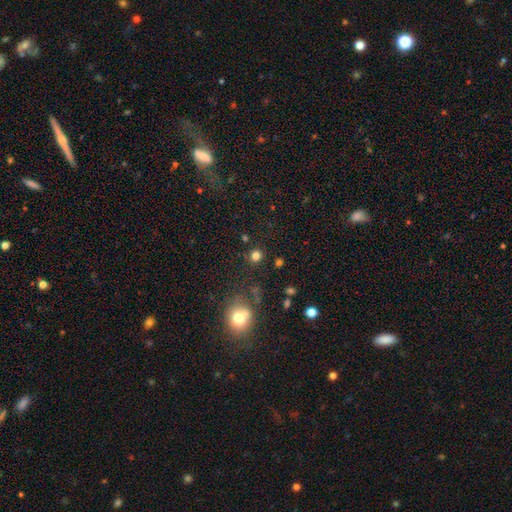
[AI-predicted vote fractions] smooth_or_featured: smooth (p=0.78) [alt: star or artifact p=0.16]
how_rounded: round (p=0.91) [alt: in between p=0.08]
merging: none (p=0.86) [alt: minor disturbance p=0.07]